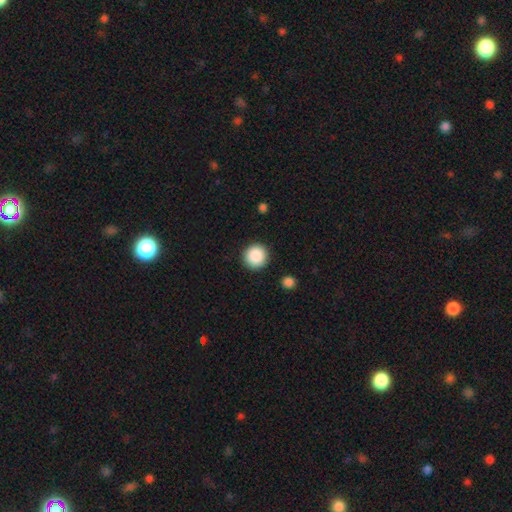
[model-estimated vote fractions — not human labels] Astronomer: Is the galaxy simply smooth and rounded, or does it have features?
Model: smooth — 89%.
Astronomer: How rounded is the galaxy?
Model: round — 95%.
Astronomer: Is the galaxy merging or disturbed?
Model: none — 92%.